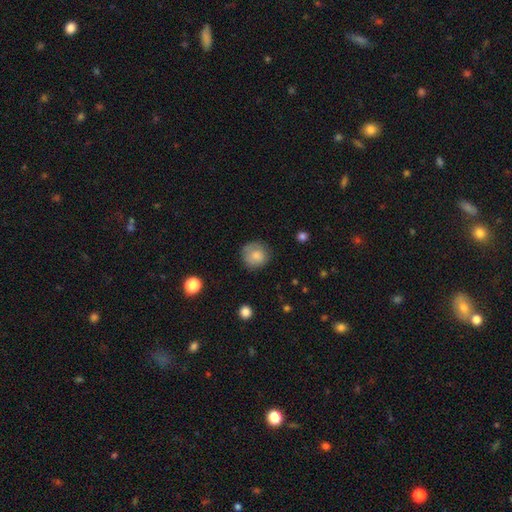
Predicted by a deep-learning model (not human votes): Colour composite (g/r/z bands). It shows a smooth galaxy with no disk features (81%) that is round (89%). Merging: none (75%).